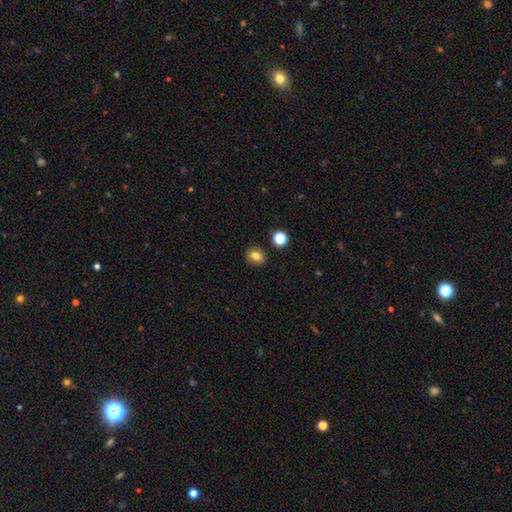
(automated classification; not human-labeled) Smooth or featured? Predicted: smooth (p=0.80). How rounded? Predicted: round (p=0.60). Merging? Predicted: none (p=0.87).